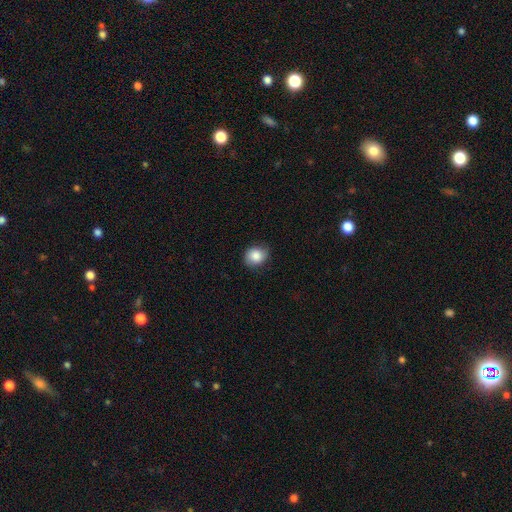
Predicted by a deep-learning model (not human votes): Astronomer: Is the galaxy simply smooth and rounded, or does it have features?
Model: smooth — 83%.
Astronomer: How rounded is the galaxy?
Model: round — 66%.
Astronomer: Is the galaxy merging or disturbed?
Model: none — 76%.